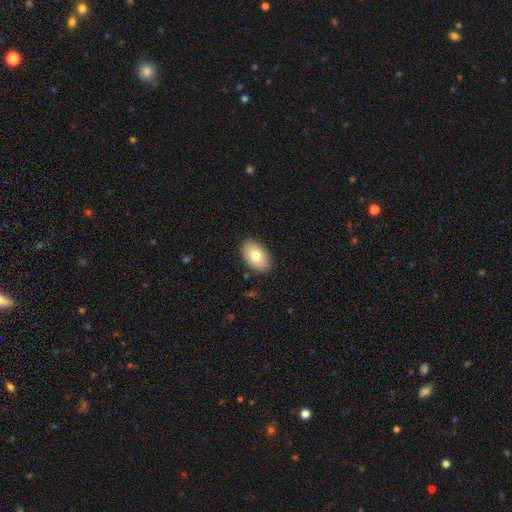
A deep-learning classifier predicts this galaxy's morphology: A smooth galaxy with no disk features (75%) that is in between round and cigar-shaped (91%). Merging: none (88%).